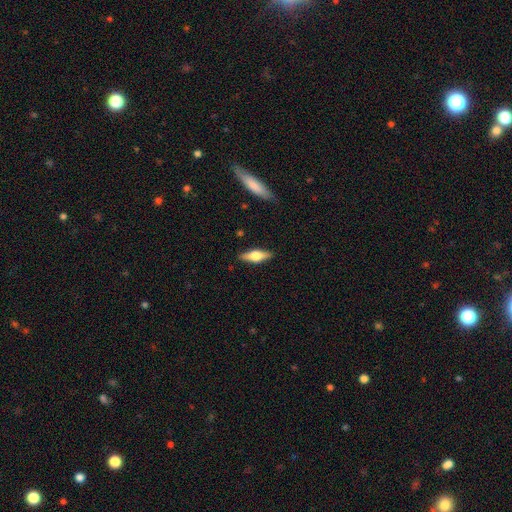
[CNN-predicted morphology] A featured or disk galaxy (50%).

Vote fractions:
- Smooth or featured? featured or disk: 50% / smooth: 44% / star or artifact: 6%
- Merging? none: 87% / minor disturbance: 9% / major disturbance: 2% / merger: 1%